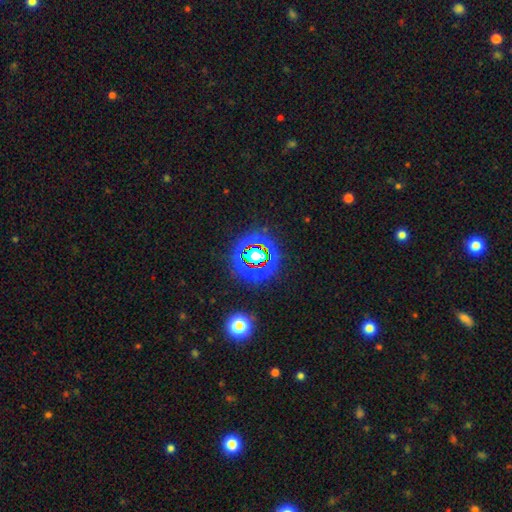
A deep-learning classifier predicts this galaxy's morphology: smooth_or_featured: star or artifact (p=0.68) [alt: smooth p=0.21]